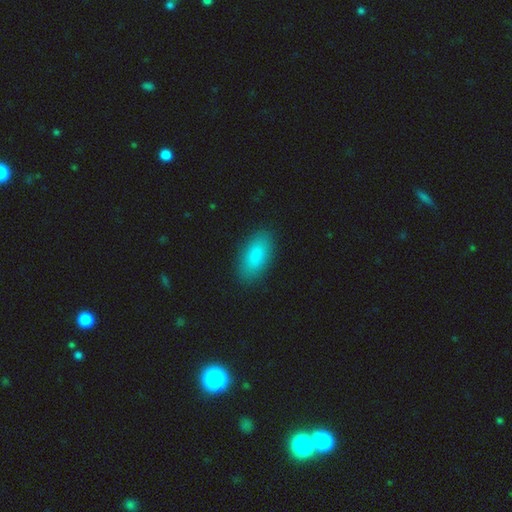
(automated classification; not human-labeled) Smooth or featured?
  - smooth: 85% *
  - featured or disk: 8%
  - star or artifact: 7%
How rounded?
  - in between: 91% *
  - cigar-shaped: 5%
  - round: 3%
Merging?
  - none: 88% *
  - minor disturbance: 9%
  - major disturbance: 2%
  - merger: 1%